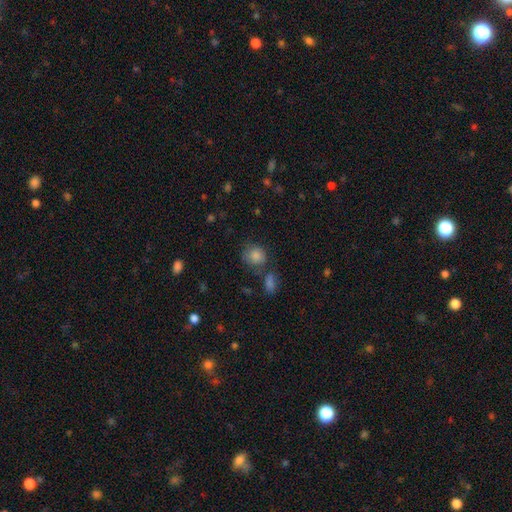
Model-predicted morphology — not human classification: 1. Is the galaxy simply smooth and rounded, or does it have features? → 77% smooth, 14% star or artifact, 9% featured or disk.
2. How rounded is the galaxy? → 75% round, 23% in between, 1% cigar-shaped.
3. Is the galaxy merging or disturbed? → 62% none, 16% minor disturbance, 15% merger, 7% major disturbance.